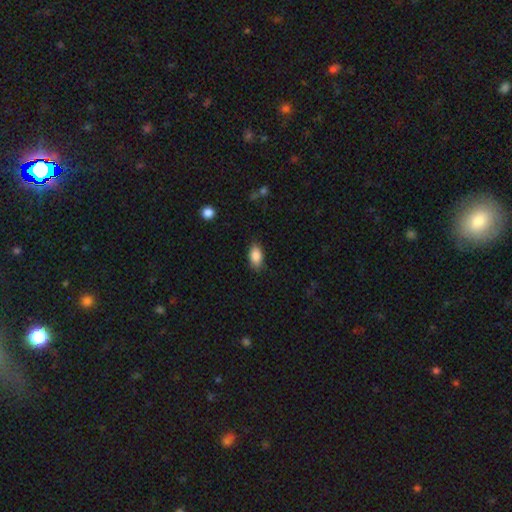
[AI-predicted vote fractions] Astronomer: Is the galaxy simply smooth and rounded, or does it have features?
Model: smooth — 88%.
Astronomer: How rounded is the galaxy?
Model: in between — 91%.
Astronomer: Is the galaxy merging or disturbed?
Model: none — 82%.